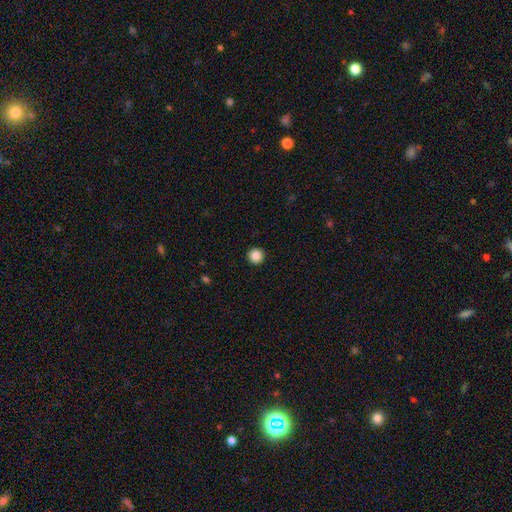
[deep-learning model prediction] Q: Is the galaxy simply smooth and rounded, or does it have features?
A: smooth — 87%.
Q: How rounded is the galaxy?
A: round — 96%.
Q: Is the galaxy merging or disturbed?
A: none — 94%.